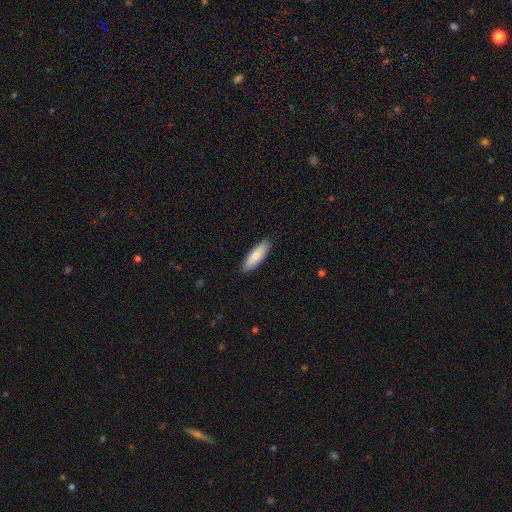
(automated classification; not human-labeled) Q: Smooth or featured?
A: smooth (87%); runner-up: featured or disk (8%)
Q: How rounded?
A: cigar-shaped (53%); runner-up: in between (45%)
Q: Merging?
A: none (89%); runner-up: minor disturbance (8%)